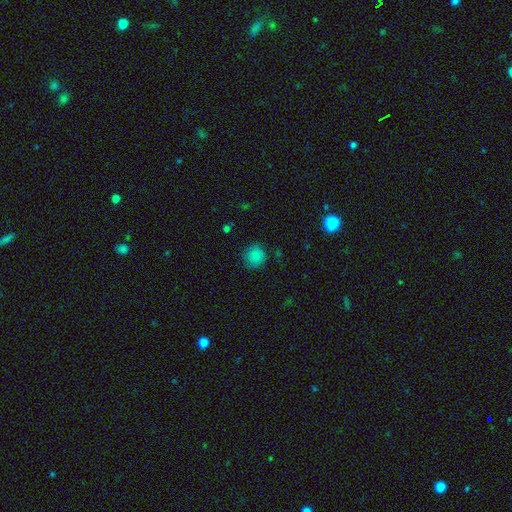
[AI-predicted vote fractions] The model was most divided on "smooth or featured": smooth: 84%, star or artifact: 12%, featured or disk: 4%. More confident: how rounded — round (92%); merging — none (85%).